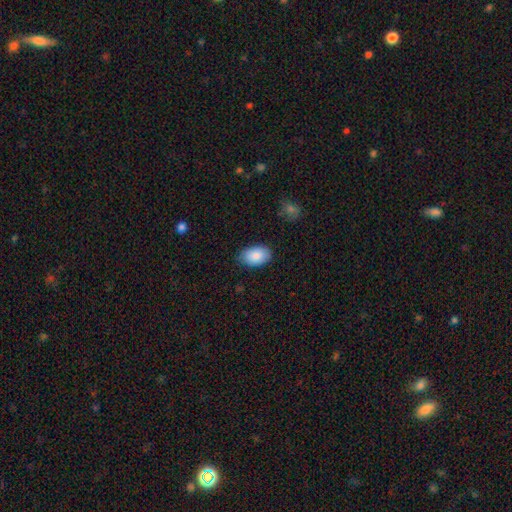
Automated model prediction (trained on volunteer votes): This appears to be a smooth galaxy with no disk features (87%) that is in between round and cigar-shaped (92%). Merging: none (80%).